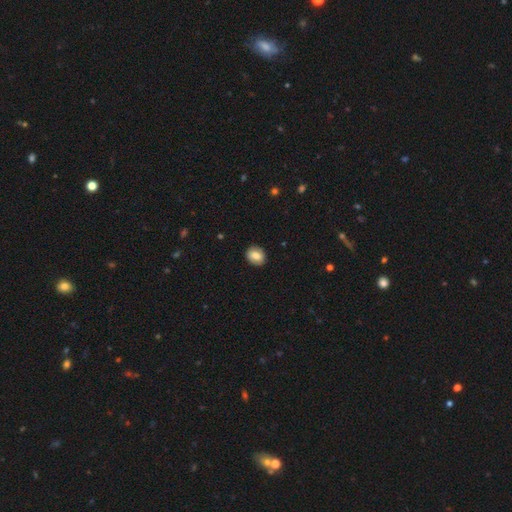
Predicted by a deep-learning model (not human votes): A smooth galaxy with no disk features (81%) that is in between round and cigar-shaped (52%). Merging: none (88%).